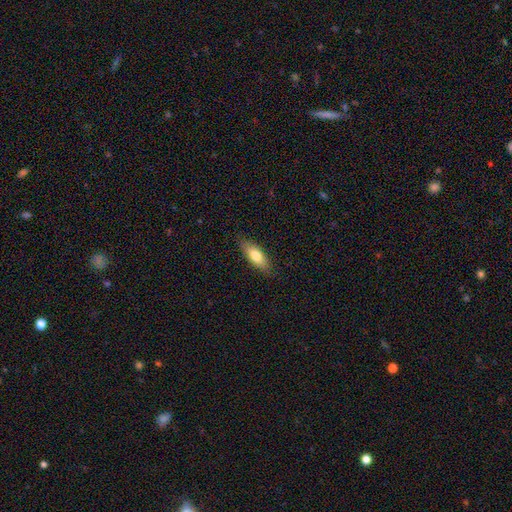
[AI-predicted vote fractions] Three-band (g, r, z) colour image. It shows a smooth galaxy with no disk features (75%) that is in between round and cigar-shaped (68%). Merging: none (83%).